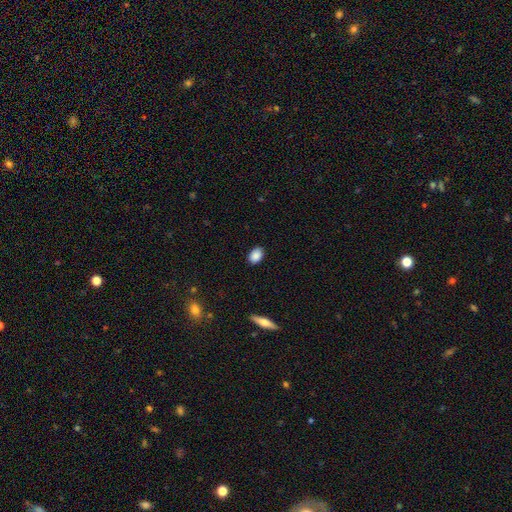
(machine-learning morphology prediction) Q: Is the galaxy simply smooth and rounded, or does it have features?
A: smooth — 88%.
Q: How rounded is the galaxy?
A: in between — 85%.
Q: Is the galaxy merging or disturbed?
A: none — 89%.